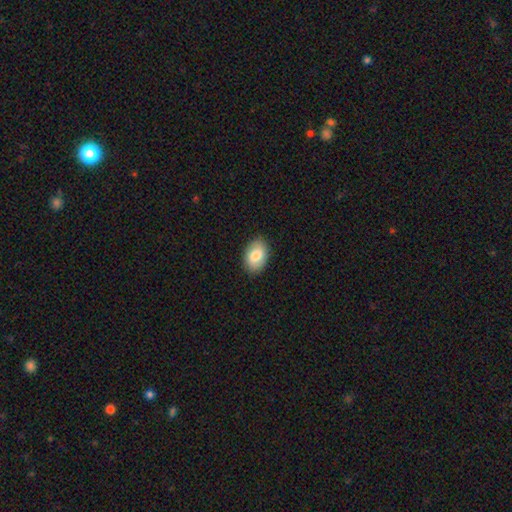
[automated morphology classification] smooth_or_featured: smooth (p=0.80) [alt: featured or disk p=0.13]
how_rounded: in between (p=0.87) [alt: round p=0.12]
merging: none (p=0.88) [alt: minor disturbance p=0.09]